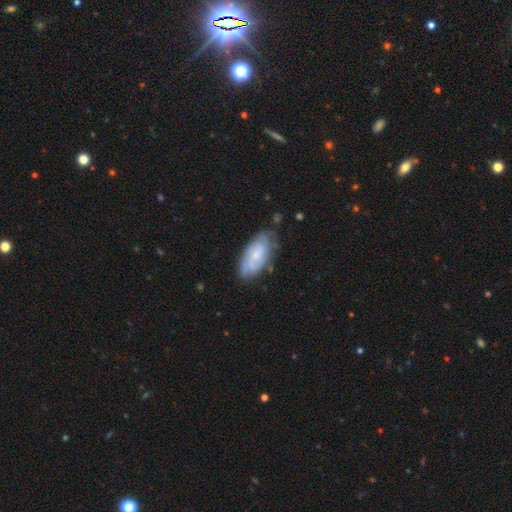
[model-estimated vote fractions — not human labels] Smooth or featured: featured or disk — 58% (smooth — 35%)
Edge-on disk: no — 92% (yes — 8%)
Bar: no — 62% (weak — 33%)
Spiral arms: yes — 85% (no — 15%)
Bulge size: small — 58% (moderate — 28%)
Merging: none — 69% (minor disturbance — 23%)